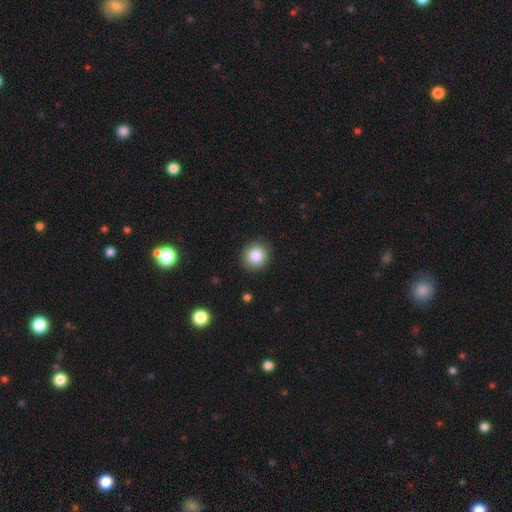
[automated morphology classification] Smooth or featured: smooth — 85% (star or artifact — 9%)
How rounded: round — 93% (in between — 6%)
Merging: none — 91% (minor disturbance — 6%)